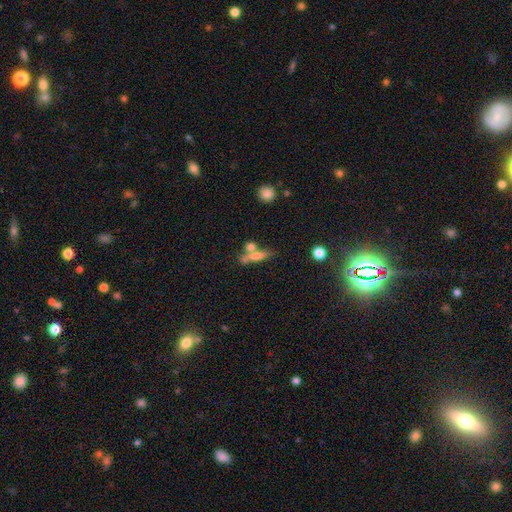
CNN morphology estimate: Smooth or featured? smooth (56%)
How rounded? cigar-shaped (64%)
Merging? none (47%)